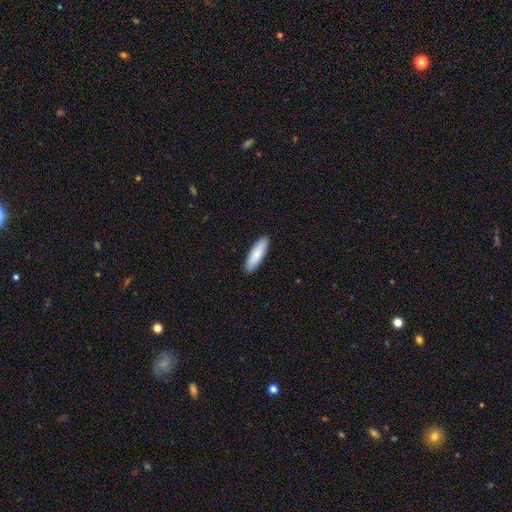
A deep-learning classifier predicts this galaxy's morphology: Smooth or featured? smooth (86%)
How rounded? cigar-shaped (61%)
Merging? none (91%)